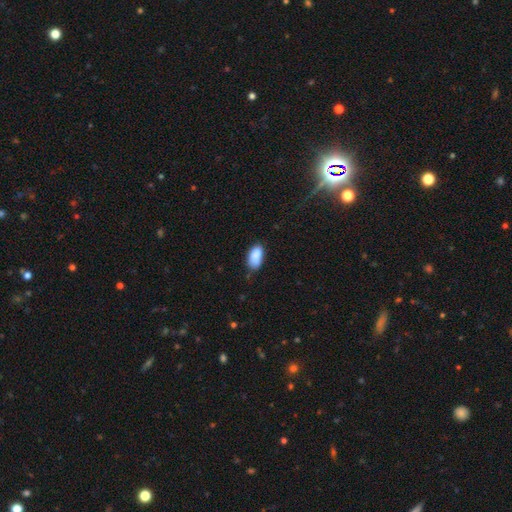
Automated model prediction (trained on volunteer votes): Smooth or featured: smooth — 86% (star or artifact — 8%)
How rounded: in between — 93% (round — 4%)
Merging: none — 61% (minor disturbance — 29%)